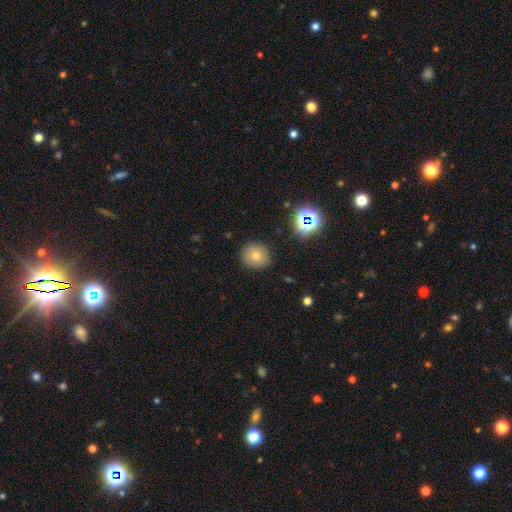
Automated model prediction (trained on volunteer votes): Overall: smooth (73%). How rounded: round (89%). Merging: none (87%).